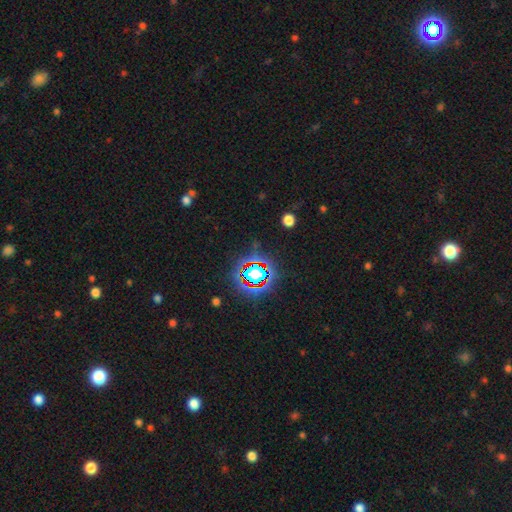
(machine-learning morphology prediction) Overall: star or artifact (81%).